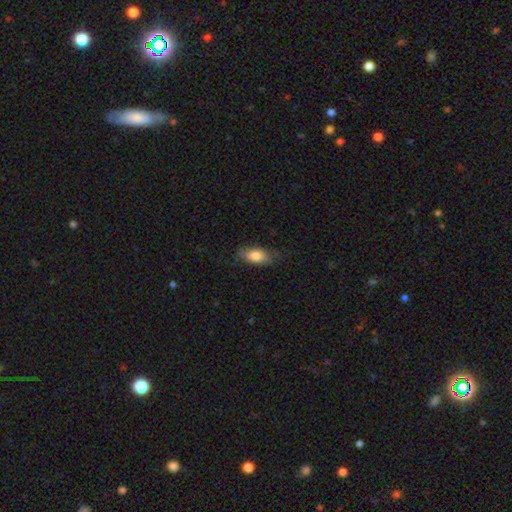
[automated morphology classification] Q: Smooth or featured?
A: smooth (80%); runner-up: featured or disk (14%)
Q: How rounded?
A: in between (86%); runner-up: cigar-shaped (10%)
Q: Merging?
A: none (68%); runner-up: minor disturbance (24%)